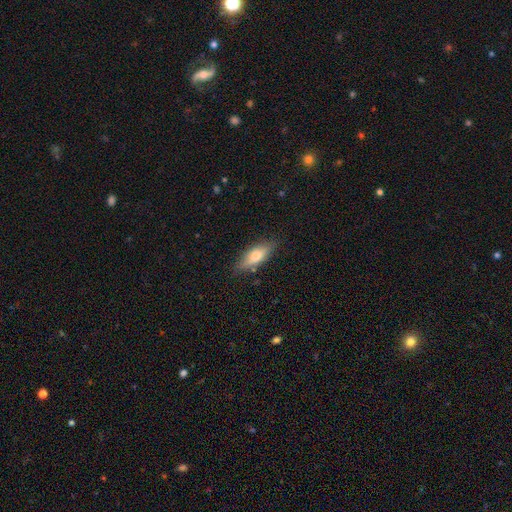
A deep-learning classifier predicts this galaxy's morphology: The model was most divided on "how rounded": in between: 60%, cigar-shaped: 37%, round: 3%. More confident: merging — none (82%); smooth or featured — smooth (62%).